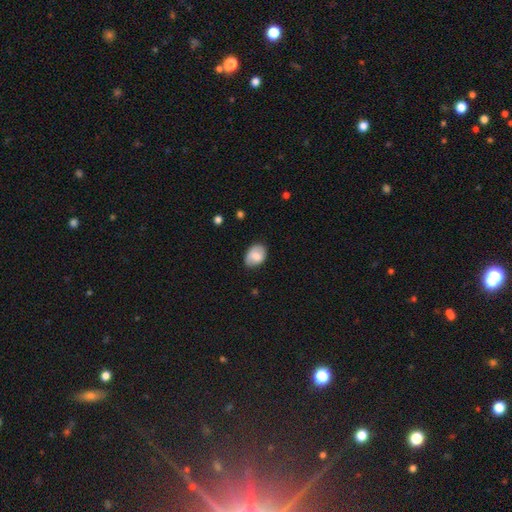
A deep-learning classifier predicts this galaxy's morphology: Overall: smooth (77%). How rounded: in between (75%). Merging: none (70%).